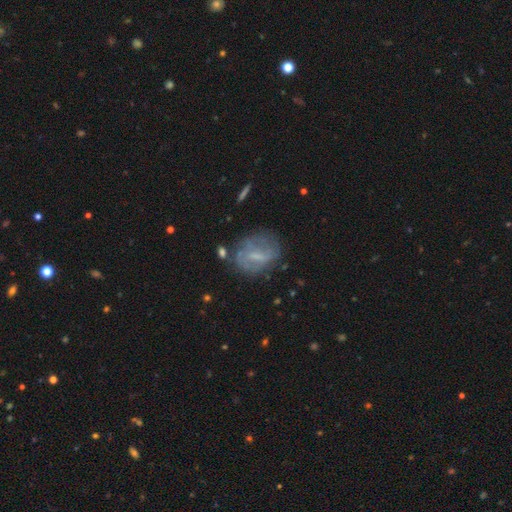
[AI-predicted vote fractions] Morphology: type=featured or disk (58%); edge-on=no (95%); bar=weak (53%); spiral arms=yes (63%); bulge=small (40%); merging=none (61%).